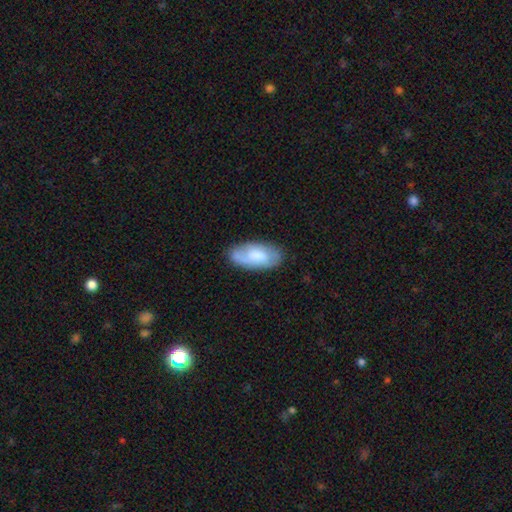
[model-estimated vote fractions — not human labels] smooth-or-featured: smooth: 62% | featured or disk: 32% | star or artifact: 6%
  how-rounded: in between: 93% | cigar-shaped: 5% | round: 2%
  merging: none: 74% | minor disturbance: 19% | major disturbance: 5% | merger: 2%